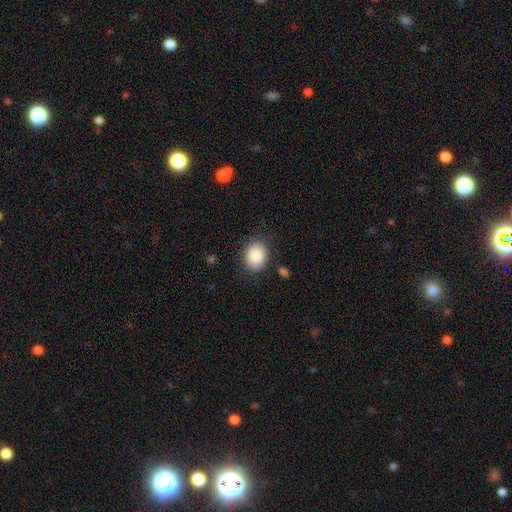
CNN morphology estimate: This appears to be a smooth galaxy with no disk features (88%) that is in between round and cigar-shaped (63%). Merging: none (85%).